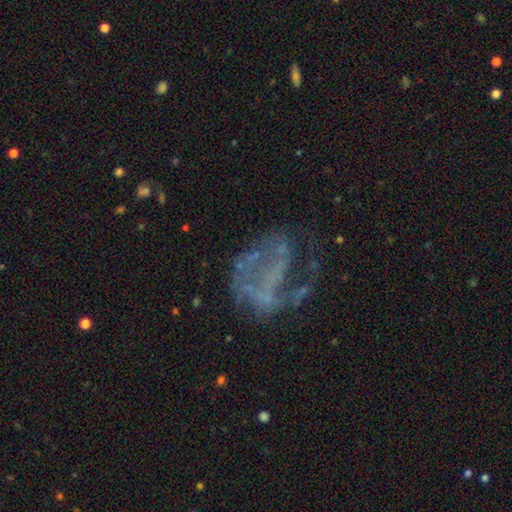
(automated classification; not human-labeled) Smooth or featured? Predicted: featured or disk (p=0.65). Edge-on disk? Predicted: no (p=0.97). Bar? Predicted: no (p=0.75). Spiral arms? Predicted: no (p=0.67). Bulge size? Predicted: none (p=0.81). Merging? Predicted: major disturbance (p=0.42).